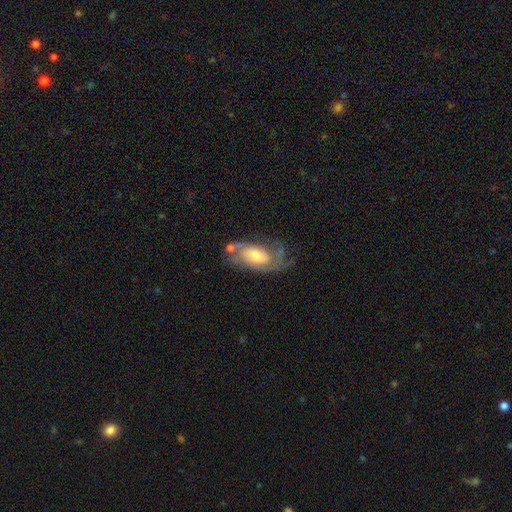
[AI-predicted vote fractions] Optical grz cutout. It shows a featured or disk galaxy (69%) with no bar (60%), 2 (56%) medium (43%) spiral arms (86%) and a moderate central bulge (47%). Merging: none (48%).